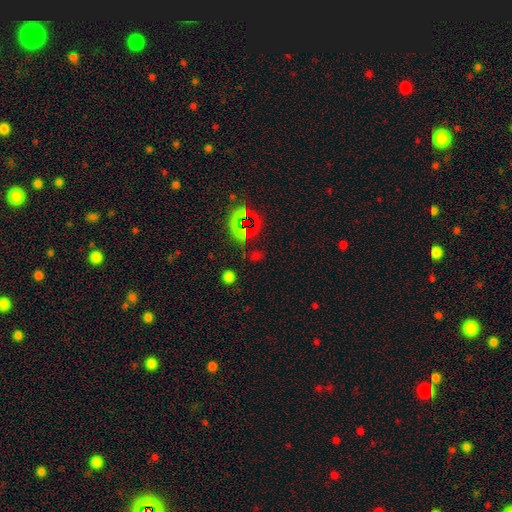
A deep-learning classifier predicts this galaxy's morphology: A star or artifact, not a galaxy (56%).